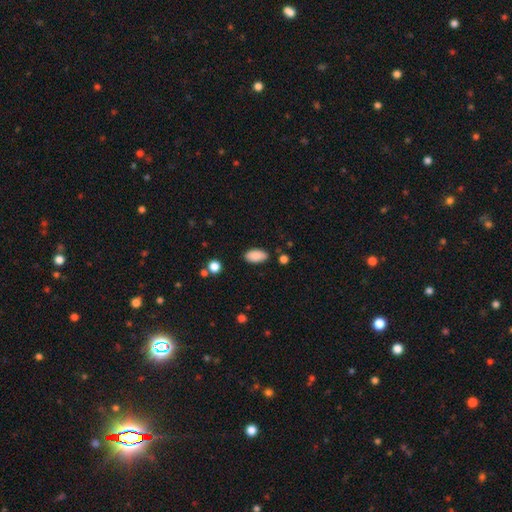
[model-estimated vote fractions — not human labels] This appears to be a smooth galaxy with no disk features (88%) that is in between round and cigar-shaped (94%). Merging: none (83%).